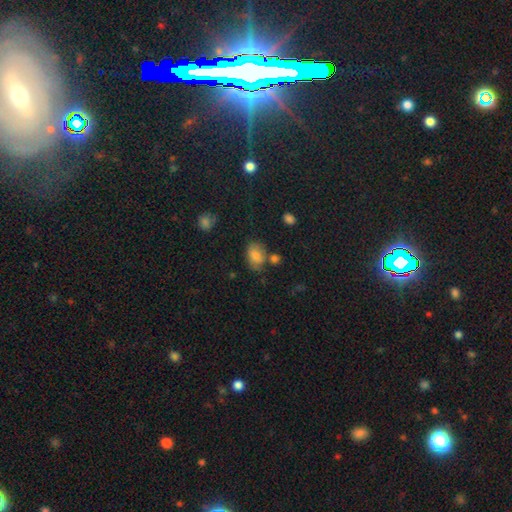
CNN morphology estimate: The model was most divided on "merging": none: 60%, minor disturbance: 21%, merger: 12%, major disturbance: 7%. More confident: smooth or featured — smooth (80%); how rounded — in between (80%).